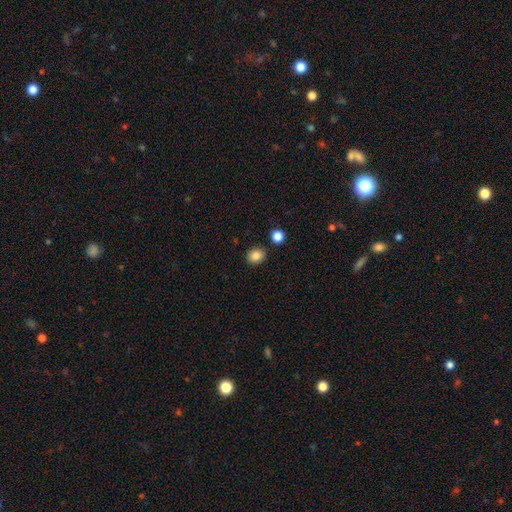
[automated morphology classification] Smooth or featured: smooth — 85% (star or artifact — 10%)
How rounded: round — 64% (in between — 35%)
Merging: none — 85% (minor disturbance — 8%)